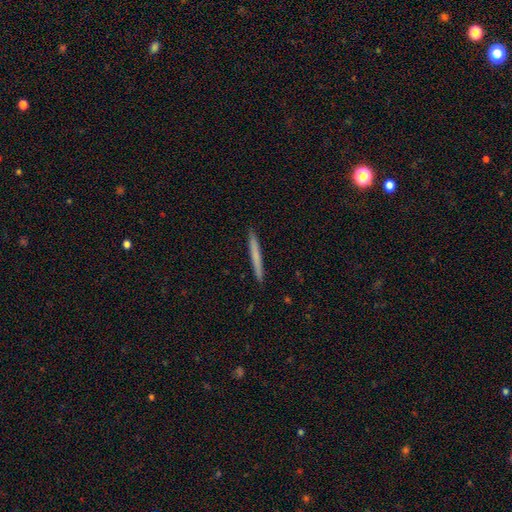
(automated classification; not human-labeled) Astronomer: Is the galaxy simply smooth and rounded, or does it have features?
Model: smooth — 66%.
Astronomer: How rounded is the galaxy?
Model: cigar-shaped — 97%.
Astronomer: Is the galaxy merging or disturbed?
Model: none — 92%.